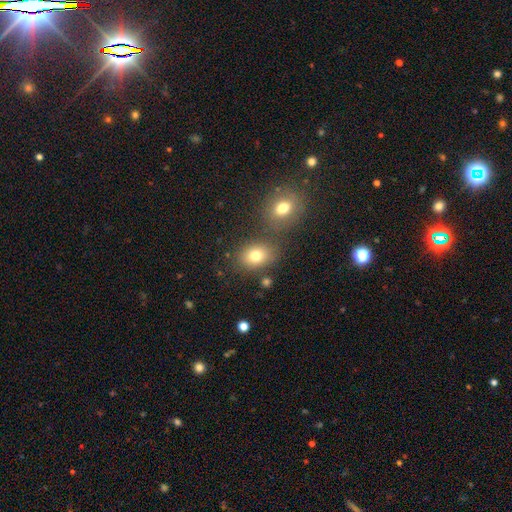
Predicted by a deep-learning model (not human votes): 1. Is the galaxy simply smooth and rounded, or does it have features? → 78% smooth, 12% star or artifact, 10% featured or disk.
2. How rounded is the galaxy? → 58% in between, 41% round, 1% cigar-shaped.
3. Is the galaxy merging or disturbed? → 71% none, 14% merger, 11% minor disturbance, 4% major disturbance.